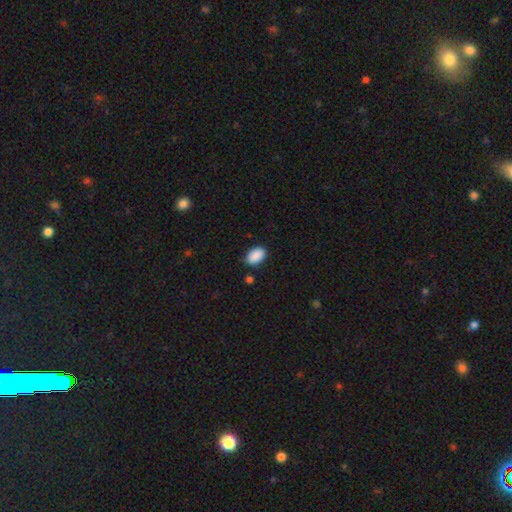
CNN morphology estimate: A smooth galaxy with no disk features (91%) that is in between round and cigar-shaped (92%). Merging: none (85%).